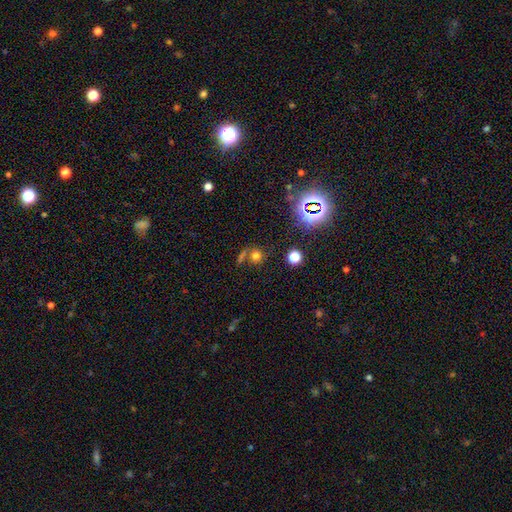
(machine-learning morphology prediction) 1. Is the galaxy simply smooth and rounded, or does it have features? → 63% smooth, 27% star or artifact, 10% featured or disk.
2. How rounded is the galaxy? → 88% round, 11% in between, 2% cigar-shaped.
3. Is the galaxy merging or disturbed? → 64% none, 19% merger, 10% minor disturbance, 7% major disturbance.